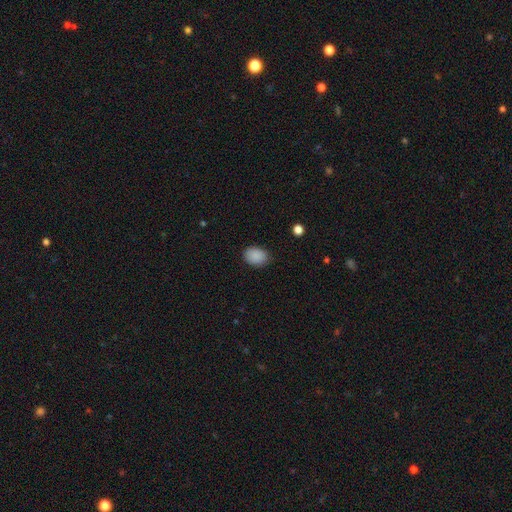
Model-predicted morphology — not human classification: This appears to be a smooth galaxy with no disk features (89%) that is in between round and cigar-shaped (74%). Merging: none (85%).